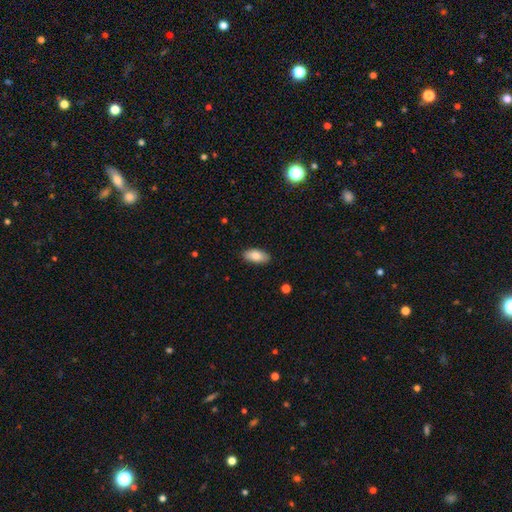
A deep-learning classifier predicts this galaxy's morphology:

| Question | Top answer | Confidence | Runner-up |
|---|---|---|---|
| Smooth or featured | smooth | 84% | featured or disk (9%) |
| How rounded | in between | 91% | cigar-shaped (6%) |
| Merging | none | 87% | minor disturbance (10%) |